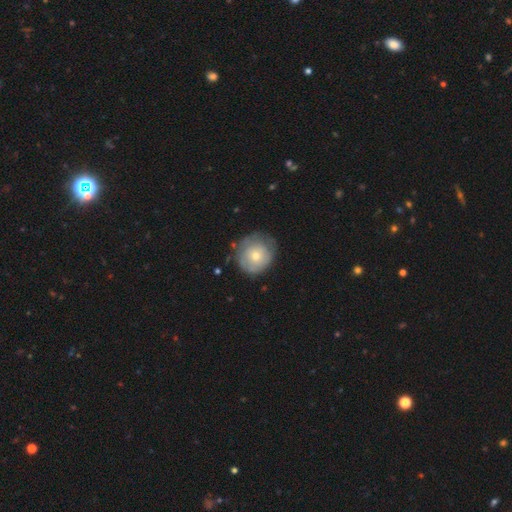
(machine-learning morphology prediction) smooth 56%, featured or disk 37%, star or artifact 7%. Down the decision tree: how rounded — round (88%); merging — none (71%).